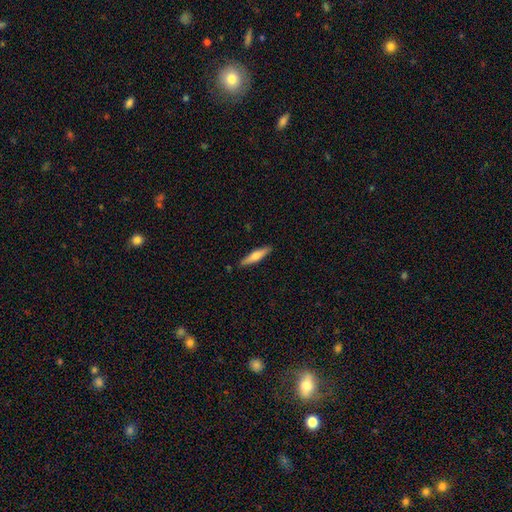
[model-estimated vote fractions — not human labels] A smooth galaxy with no disk features (59%) that is cigar-shaped (82%). Merging: none (88%).